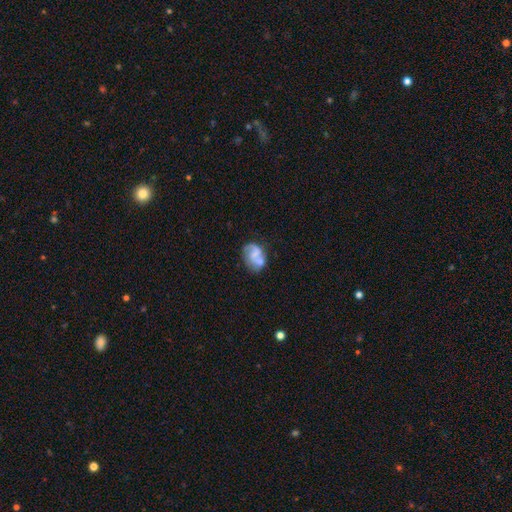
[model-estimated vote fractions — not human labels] Overall: featured or disk (56%; smooth 36%). Edge-on disk: no (98%). Bar: no (63%; weak 29%). Spiral arms: yes (69%; no 31%). Bulge size: none (43%; small 30%). Merging: none (40%; minor disturbance 23%).